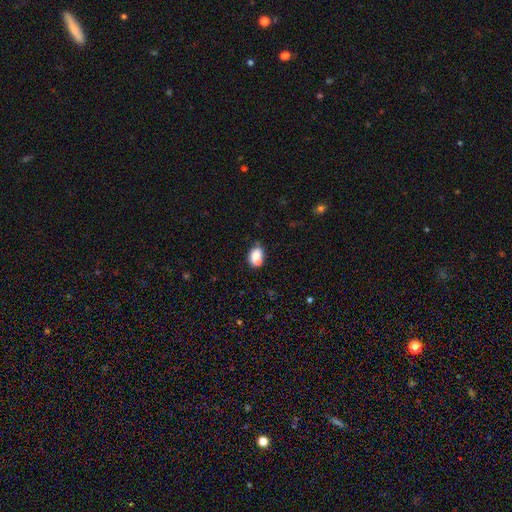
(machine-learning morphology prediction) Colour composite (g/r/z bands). It shows a smooth galaxy with no disk features (80%) that is in between round and cigar-shaped (74%). Merging: none (44%).